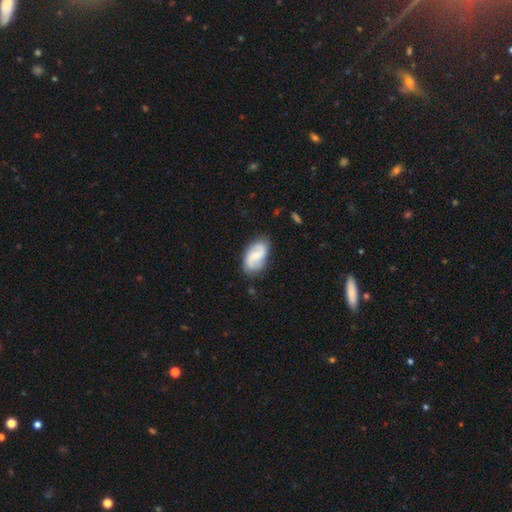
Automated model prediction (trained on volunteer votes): Smooth or featured?
  - featured or disk: 61% *
  - smooth: 33%
  - star or artifact: 6%
Edge-on disk?
  - no: 97% *
  - yes: 3%
Bar?
  - weak: 49% *
  - no: 33%
  - strong: 18%
Spiral arms?
  - yes: 90% *
  - no: 10%
Spiral winding?
  - loose: 53% *
  - medium: 33%
  - tight: 14%
Spiral arm count?
  - 2: 88% *
  - can't tell: 7%
  - 1: 2%
  - 3: 1%
  - 4: 1%
  - more than 4: 1%
Bulge size?
  - small: 49% *
  - moderate: 27%
  - none: 20%
  - large: 3%
  - dominant: 1%
Merging?
  - none: 78% *
  - minor disturbance: 16%
  - major disturbance: 4%
  - merger: 2%